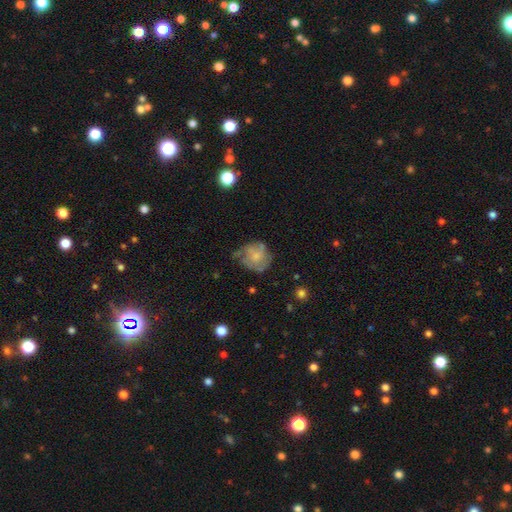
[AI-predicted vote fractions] Smooth or featured: featured or disk — 53% (smooth — 39%)
Edge-on disk: no — 98% (yes — 2%)
Bar: no — 82% (weak — 16%)
Spiral arms: yes — 62% (no — 38%)
Bulge size: small — 50% (moderate — 31%)
Merging: none — 47% (minor disturbance — 31%)